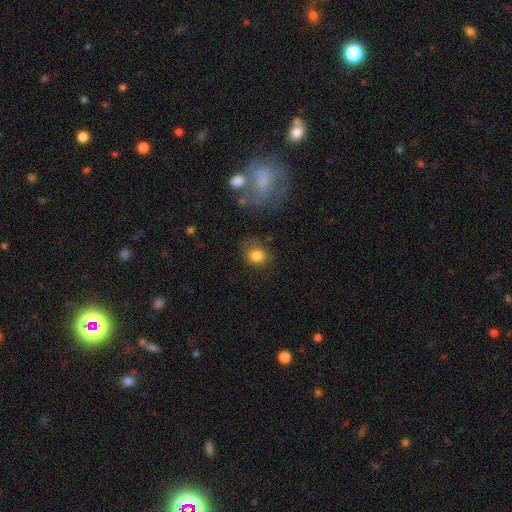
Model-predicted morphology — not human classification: smooth_or_featured: smooth (p=0.81) [alt: star or artifact p=0.10]
how_rounded: round (p=0.69) [alt: in between p=0.30]
merging: none (p=0.66) [alt: minor disturbance p=0.21]